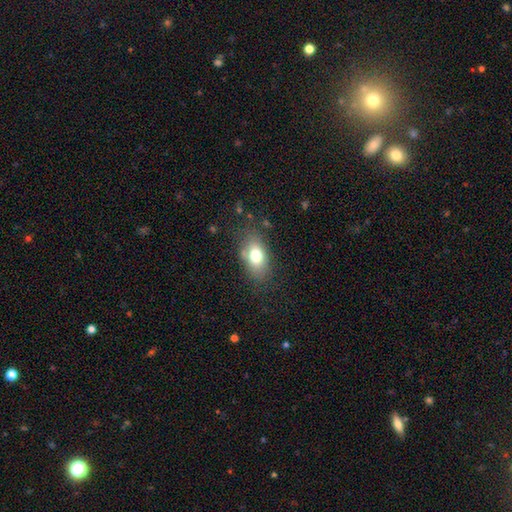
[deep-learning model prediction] Smooth or featured? Predicted: smooth (p=0.74). How rounded? Predicted: in between (p=0.85). Merging? Predicted: none (p=0.76).